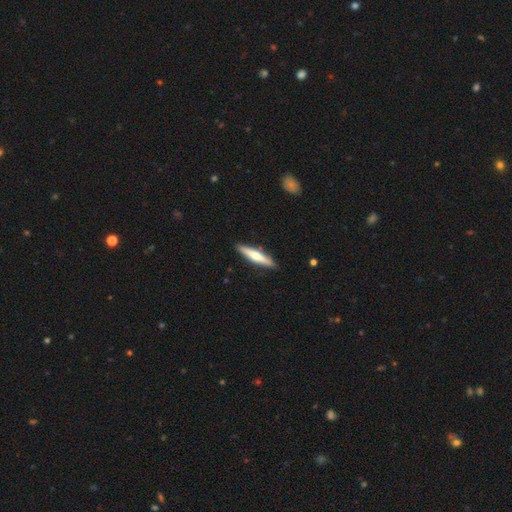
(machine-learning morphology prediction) The model was most divided on "smooth or featured": featured or disk: 49%, smooth: 46%, star or artifact: 5%. More confident: merging — none (90%).